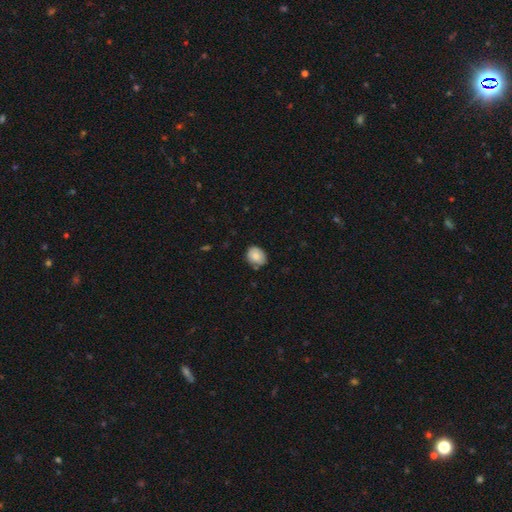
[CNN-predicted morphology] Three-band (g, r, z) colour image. It shows a smooth galaxy with no disk features (82%) that is round (54%). Merging: none (73%).